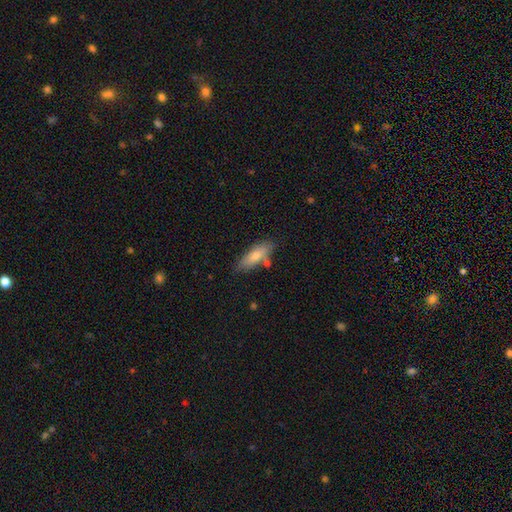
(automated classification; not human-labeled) smooth_or_featured: smooth (p=0.74) [alt: featured or disk p=0.20]
how_rounded: in between (p=0.58) [alt: cigar-shaped p=0.40]
merging: none (p=0.72) [alt: minor disturbance p=0.17]